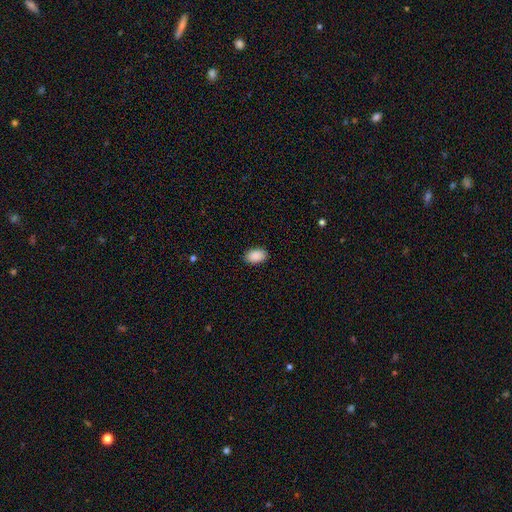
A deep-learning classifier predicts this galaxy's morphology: Smooth or featured? smooth (91%)
How rounded? in between (89%)
Merging? none (90%)